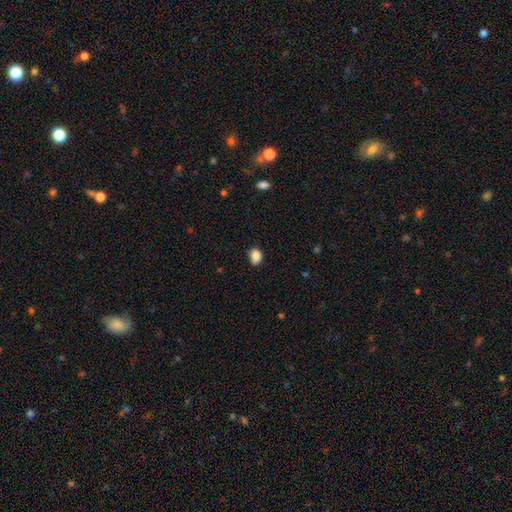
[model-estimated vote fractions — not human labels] This is clearly a smooth galaxy (85%). How rounded: likely in between (62%). Merging: likely none (67%).